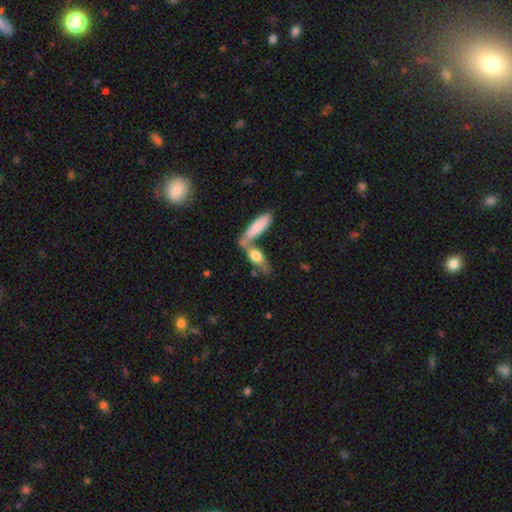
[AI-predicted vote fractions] A smooth galaxy with no disk features (61%) that is cigar-shaped (51%). Merging: none (42%, tied with merger).